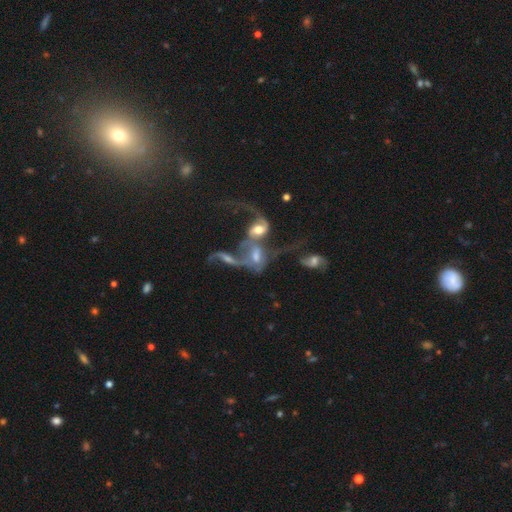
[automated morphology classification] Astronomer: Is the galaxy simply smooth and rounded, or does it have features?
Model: featured or disk — 71%.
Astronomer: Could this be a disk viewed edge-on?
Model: no — 95%.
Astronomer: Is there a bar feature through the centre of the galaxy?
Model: no — 56% (runner-up: weak, 31%).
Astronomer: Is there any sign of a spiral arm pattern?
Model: yes — 76%.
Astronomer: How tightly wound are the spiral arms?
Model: loose — 73%.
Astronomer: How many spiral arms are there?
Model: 2 — 57%.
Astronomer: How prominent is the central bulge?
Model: moderate — 50%.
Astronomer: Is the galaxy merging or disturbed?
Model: merger — 79%.